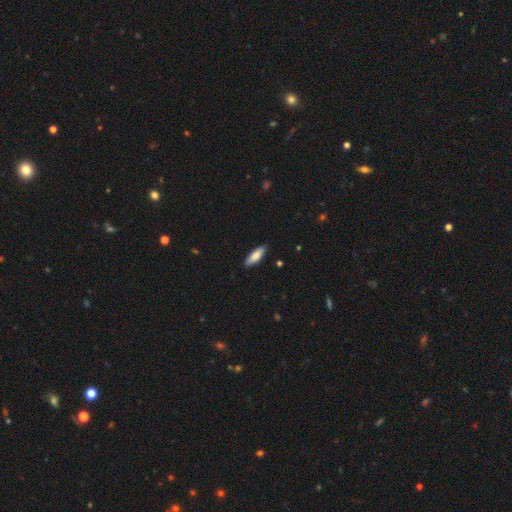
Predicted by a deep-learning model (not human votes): A smooth galaxy with no disk features (80%) that is in between round and cigar-shaped (55%). Merging: none (87%).